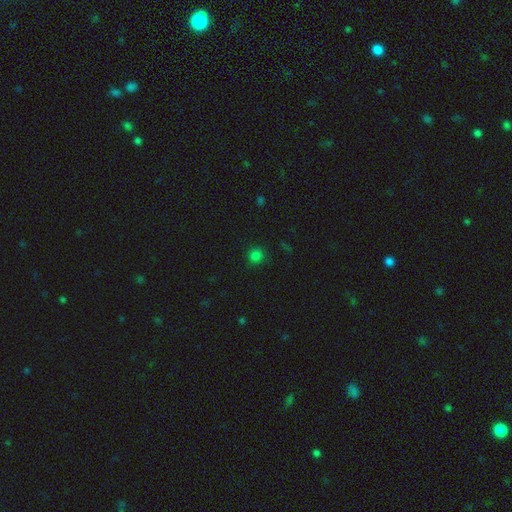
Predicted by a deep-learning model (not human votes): A smooth galaxy with no disk features (80%) that is round (92%).

Vote fractions:
- Smooth or featured? smooth: 80% / star or artifact: 17% / featured or disk: 3%
- How rounded? round: 92% / in between: 7% / cigar-shaped: 1%
- Merging? none: 90% / minor disturbance: 7% / major disturbance: 2% / merger: 1%